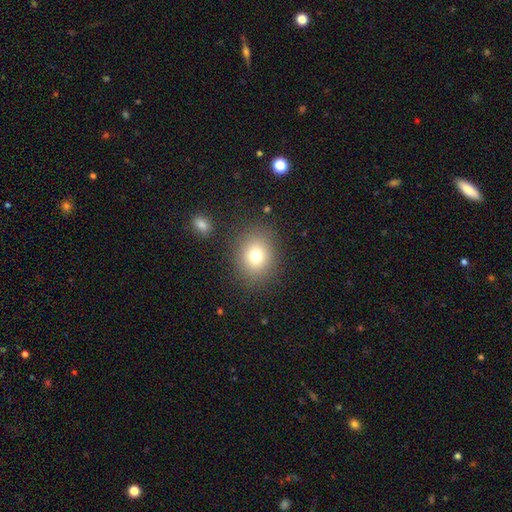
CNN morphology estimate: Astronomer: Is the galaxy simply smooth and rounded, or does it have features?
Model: smooth — 76%.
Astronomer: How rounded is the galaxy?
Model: round — 64%.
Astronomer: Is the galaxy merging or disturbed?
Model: none — 85%.